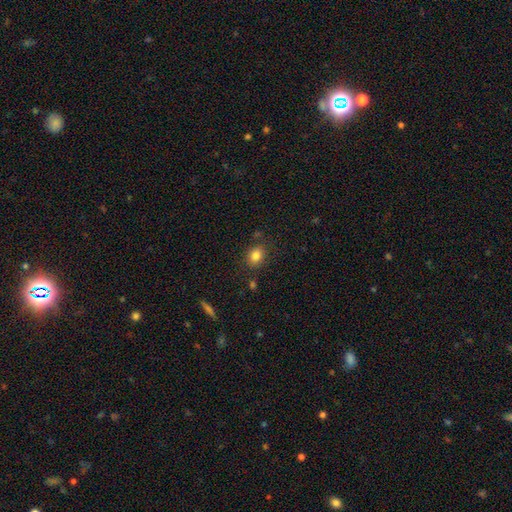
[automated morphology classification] This is clearly a smooth galaxy (83%). How rounded: possibly round (50%). Merging: clearly none (82%).